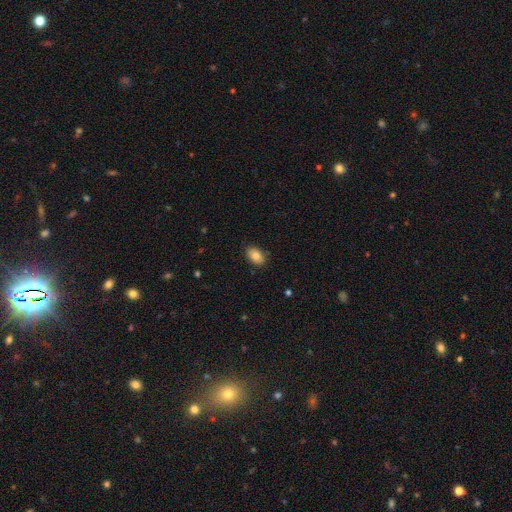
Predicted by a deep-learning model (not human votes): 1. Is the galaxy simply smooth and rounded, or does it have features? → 83% smooth, 9% featured or disk, 8% star or artifact.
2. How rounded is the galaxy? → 86% in between, 12% round, 1% cigar-shaped.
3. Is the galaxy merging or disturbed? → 86% none, 10% minor disturbance, 2% major disturbance, 1% merger.